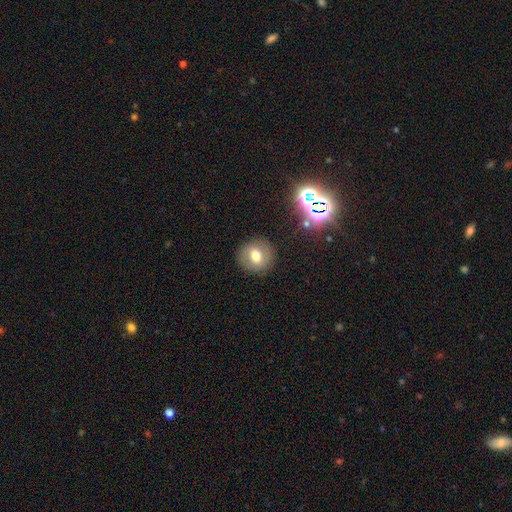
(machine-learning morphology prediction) Smooth or featured? Predicted: smooth (p=0.65). How rounded? Predicted: round (p=0.83). Merging? Predicted: none (p=0.87).